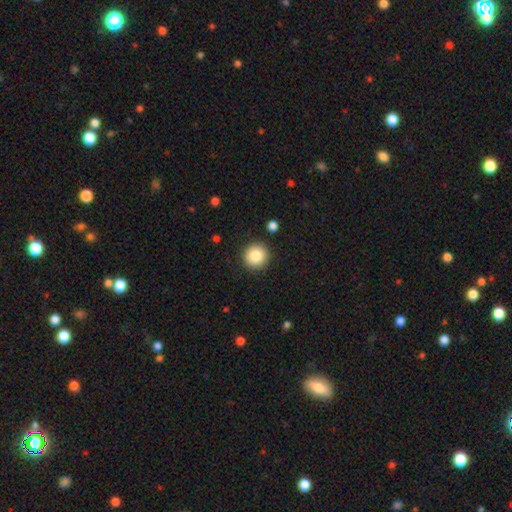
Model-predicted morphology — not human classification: Smooth or featured: smooth — 85% (star or artifact — 9%)
How rounded: round — 94% (in between — 5%)
Merging: none — 90% (minor disturbance — 6%)